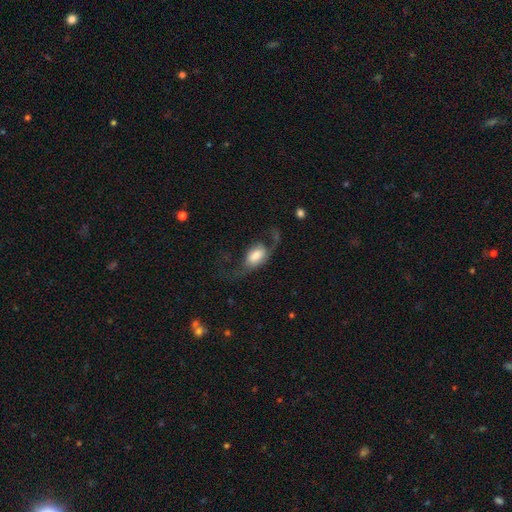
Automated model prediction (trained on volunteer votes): A smooth galaxy with no disk features (49%). Merging: major disturbance (47%).